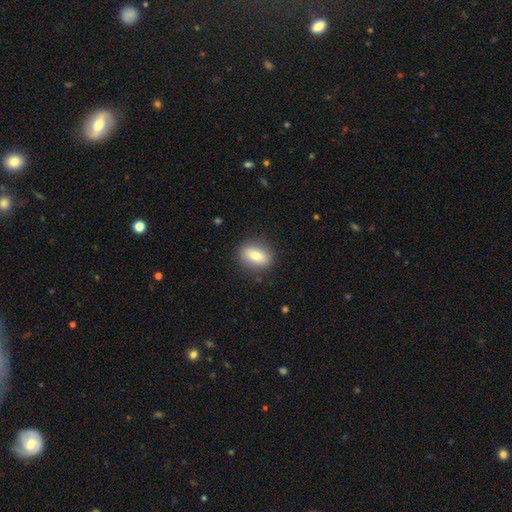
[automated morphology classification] smooth 78%, featured or disk 14%, star or artifact 8%. Down the decision tree: how rounded — in between (76%); merging — none (86%).